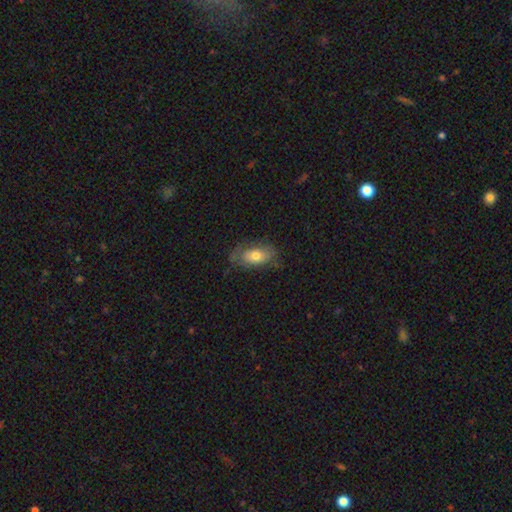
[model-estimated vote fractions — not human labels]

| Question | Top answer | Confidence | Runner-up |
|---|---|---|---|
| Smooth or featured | smooth | 65% | featured or disk (28%) |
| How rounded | in between | 88% | round (8%) |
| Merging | none | 61% | minor disturbance (26%) |